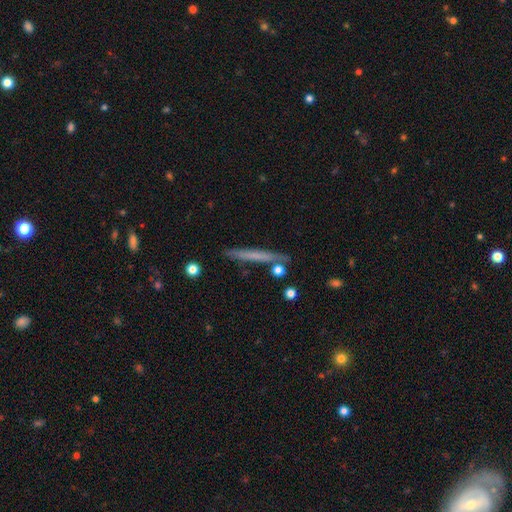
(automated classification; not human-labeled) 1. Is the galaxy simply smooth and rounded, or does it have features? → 53% smooth, 40% featured or disk, 7% star or artifact.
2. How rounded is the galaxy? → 96% cigar-shaped, 3% in between, 2% round.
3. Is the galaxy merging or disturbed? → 85% none, 10% minor disturbance, 3% merger, 2% major disturbance.